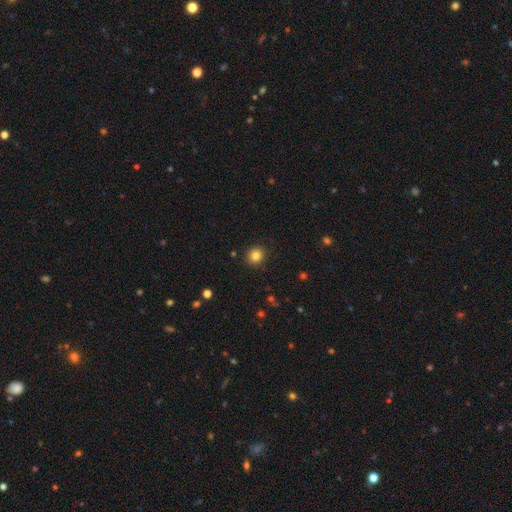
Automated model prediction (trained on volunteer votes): This appears to be a smooth galaxy with no disk features (83%) that is round (84%). Merging: none (91%).